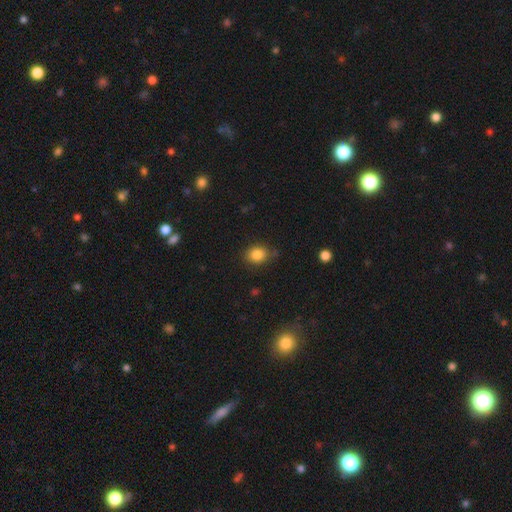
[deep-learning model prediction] smooth_or_featured: smooth (p=0.84) [alt: star or artifact p=0.10]
how_rounded: round (p=0.51) [alt: in between p=0.48]
merging: none (p=0.78) [alt: minor disturbance p=0.16]